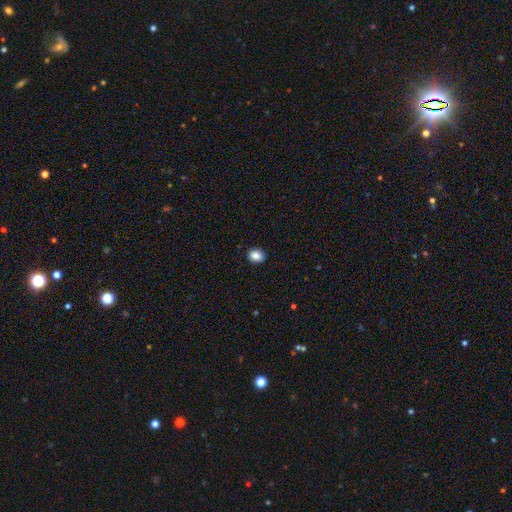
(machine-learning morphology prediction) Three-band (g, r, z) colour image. It shows a smooth galaxy with no disk features (87%) that is in between round and cigar-shaped (55%). Merging: none (90%).